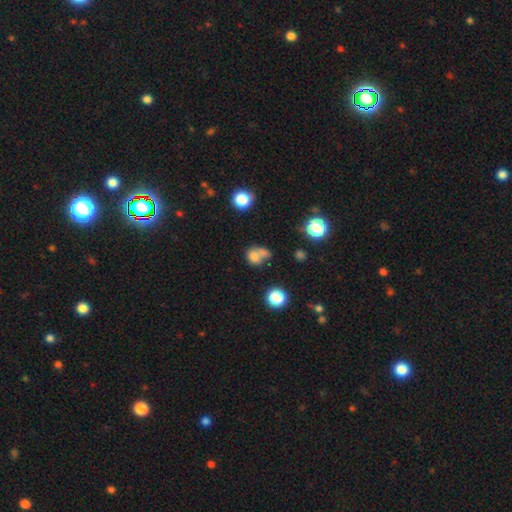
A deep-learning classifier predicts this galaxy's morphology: smooth 71%, featured or disk 15%, star or artifact 14%. Down the decision tree: how rounded — round (59%); merging — merger (51%).